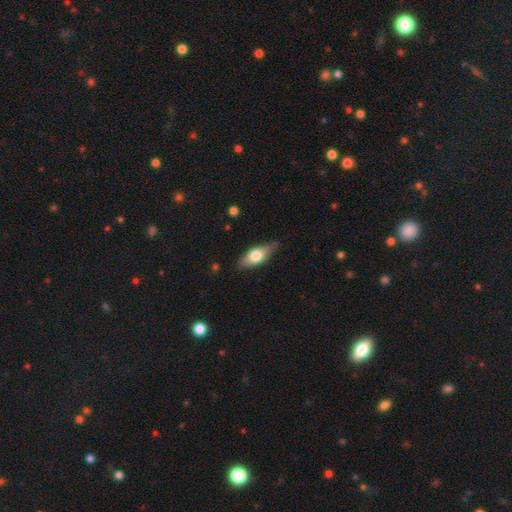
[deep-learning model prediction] A smooth galaxy with no disk features (62%) that is in between round and cigar-shaped (76%).

Vote fractions:
- Smooth or featured? smooth: 62% / featured or disk: 32% / star or artifact: 6%
- How rounded? in between: 76% / cigar-shaped: 21% / round: 3%
- Merging? none: 80% / minor disturbance: 16% / major disturbance: 3% / merger: 1%